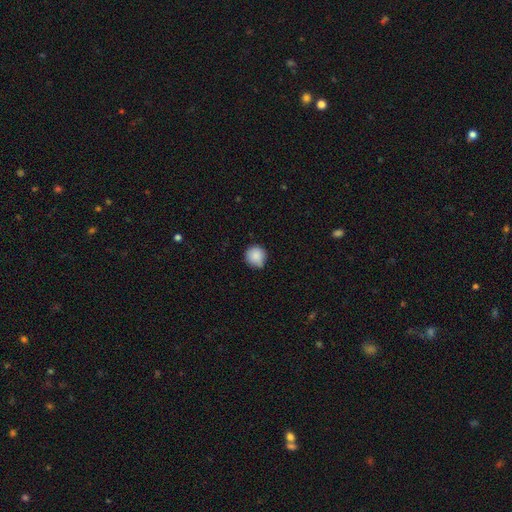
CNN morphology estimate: Q: Smooth or featured?
A: smooth (87%); runner-up: star or artifact (9%)
Q: How rounded?
A: round (94%); runner-up: in between (5%)
Q: Merging?
A: none (72%); runner-up: minor disturbance (22%)